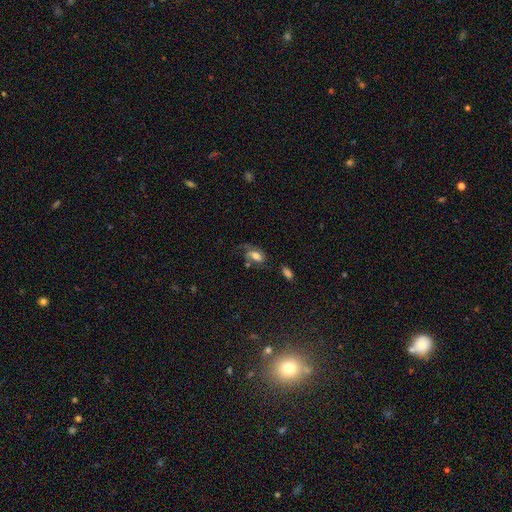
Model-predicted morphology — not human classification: A smooth galaxy with no disk features (53%) that is in between round and cigar-shaped (87%). Merging: none (39%).